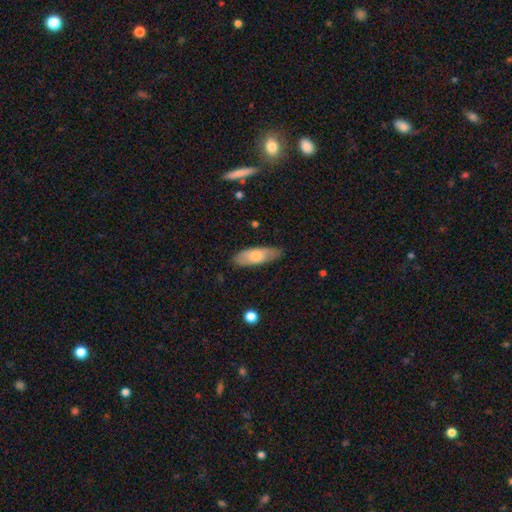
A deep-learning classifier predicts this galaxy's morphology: smooth_or_featured: smooth (p=0.71) [alt: featured or disk p=0.23]
how_rounded: in between (p=0.64) [alt: cigar-shaped p=0.33]
merging: none (p=0.79) [alt: minor disturbance p=0.16]